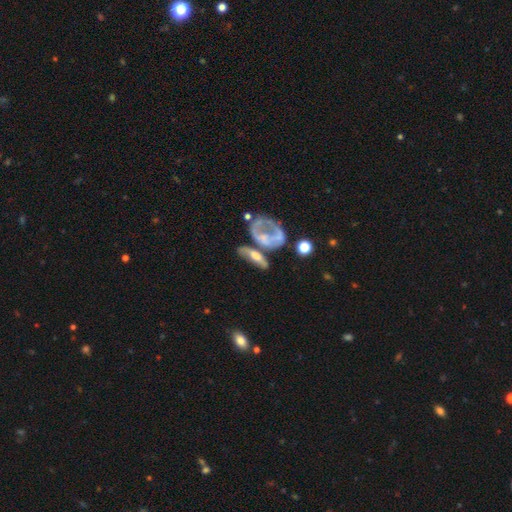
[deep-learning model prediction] This is possibly a featured or disk galaxy (48%). Merging: marginally merger (30%).